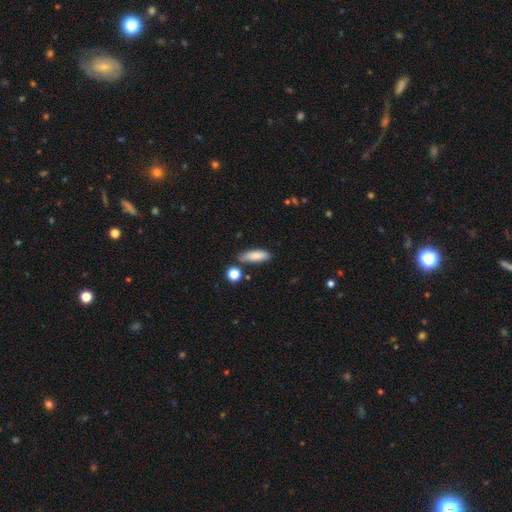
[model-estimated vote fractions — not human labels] Smooth or featured? Predicted: smooth (p=0.83). How rounded? Predicted: in between (p=0.56). Merging? Predicted: none (p=0.75).